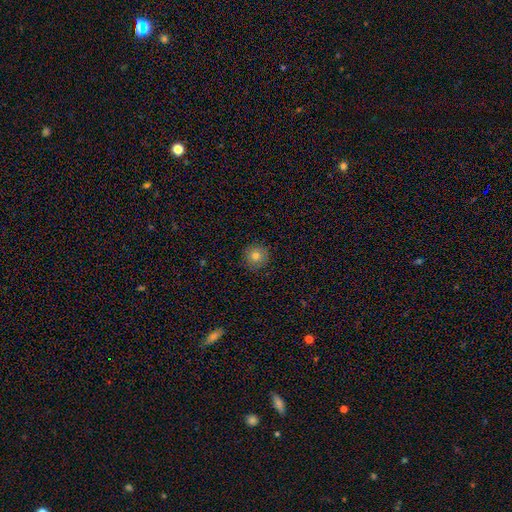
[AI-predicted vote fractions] Smooth or featured? smooth (79%)
How rounded? round (94%)
Merging? none (89%)